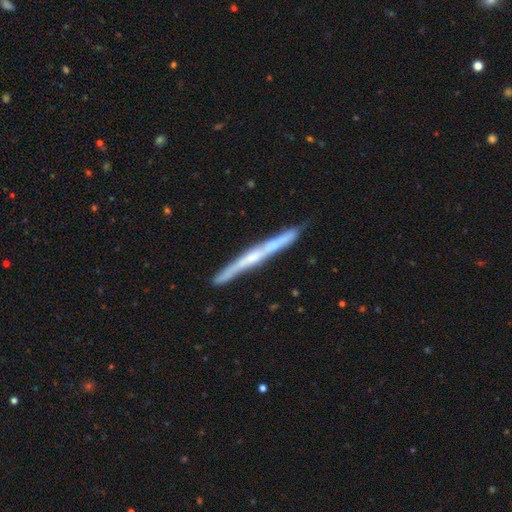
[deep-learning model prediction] smooth_or_featured: featured or disk (p=0.72) [alt: smooth p=0.22]
disk_edge_on: yes (p=0.96) [alt: no p=0.04]
edge_on_bulge: rounded (p=0.48) [alt: none p=0.45]
merging: none (p=0.87) [alt: minor disturbance p=0.10]